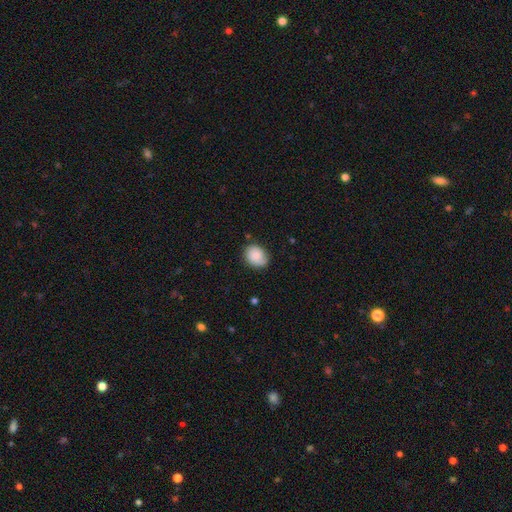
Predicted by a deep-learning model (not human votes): Overall: smooth (73%). How rounded: in between (52%; round 47%). Merging: none (71%).